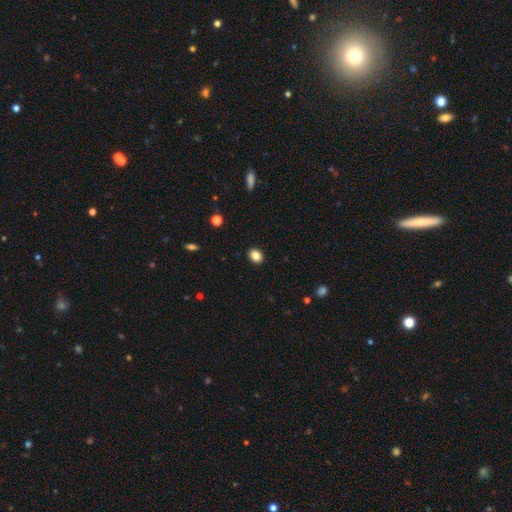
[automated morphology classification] This is clearly a smooth galaxy (85%). How rounded: likely in between (63%). Merging: clearly none (91%).